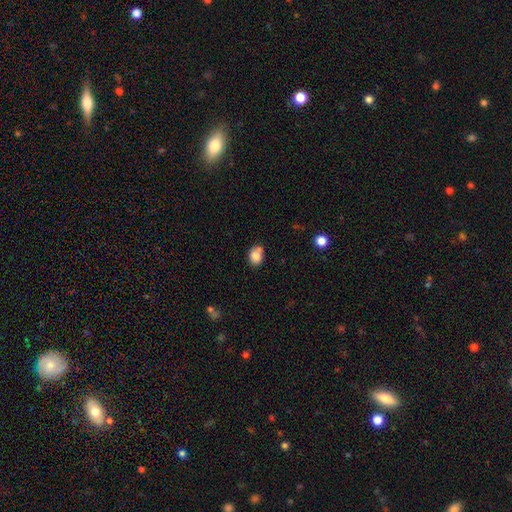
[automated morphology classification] The model was most divided on "how rounded": in between: 53%, round: 46%, cigar-shaped: 1%. More confident: smooth or featured — smooth (82%); merging — none (55%).